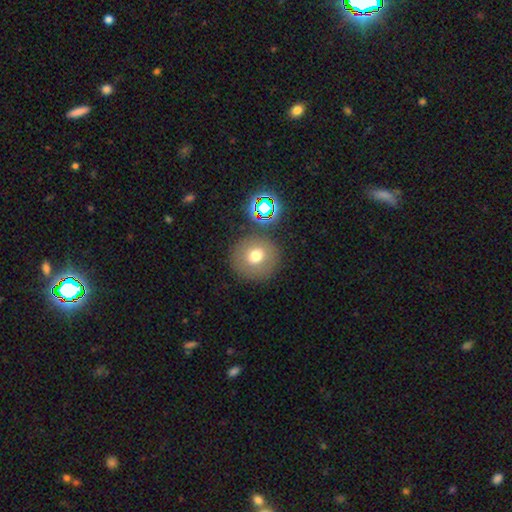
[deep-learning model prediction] This is likely a smooth galaxy (68%). How rounded: clearly round (90%). Merging: clearly none (83%).